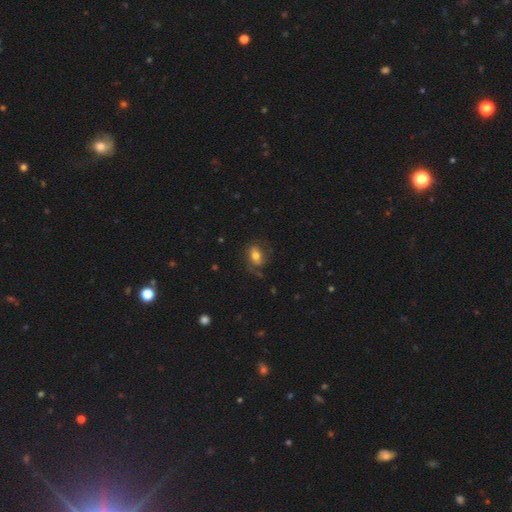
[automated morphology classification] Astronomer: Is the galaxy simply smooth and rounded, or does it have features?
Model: smooth — 59%.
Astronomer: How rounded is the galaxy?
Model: in between — 74%.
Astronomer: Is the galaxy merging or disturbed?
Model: none — 58%.